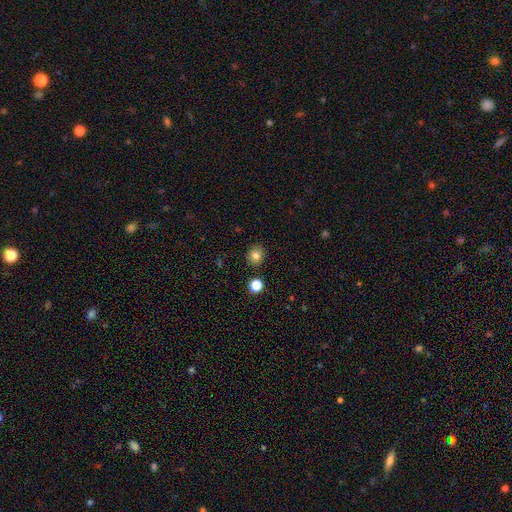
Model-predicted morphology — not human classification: This appears to be a smooth galaxy with no disk features (83%) that is round (82%). Merging: none (88%).